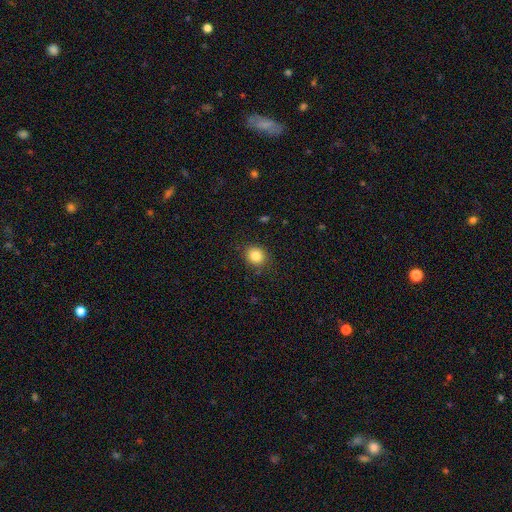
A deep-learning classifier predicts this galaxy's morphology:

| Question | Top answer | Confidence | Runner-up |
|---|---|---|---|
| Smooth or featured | smooth | 84% | star or artifact (11%) |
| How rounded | round | 75% | in between (24%) |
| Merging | none | 85% | minor disturbance (11%) |